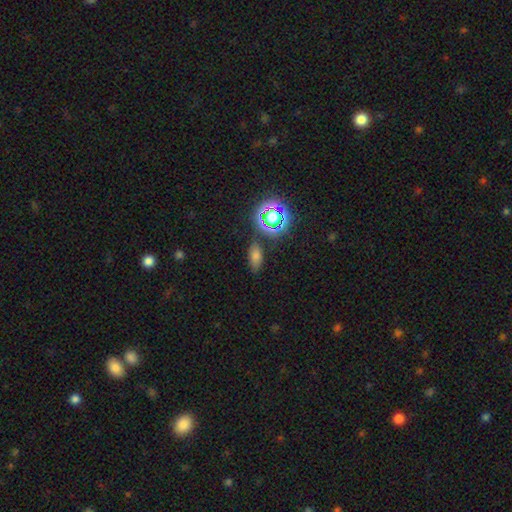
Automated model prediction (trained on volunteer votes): This appears to be a smooth galaxy with no disk features (67%) that is in between round and cigar-shaped (81%). Merging: none (80%).